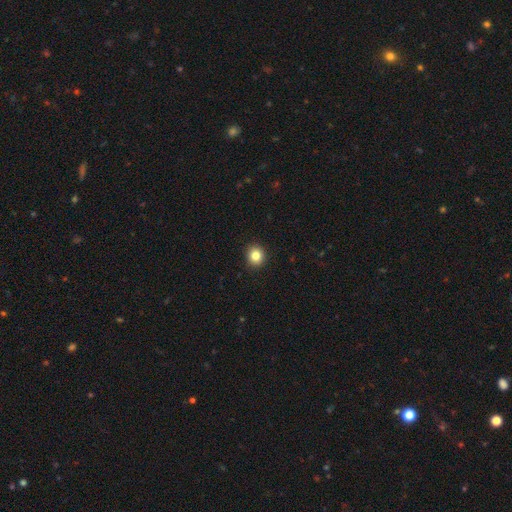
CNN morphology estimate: Smooth or featured?
  - smooth: 84% *
  - star or artifact: 11%
  - featured or disk: 6%
How rounded?
  - round: 87% *
  - in between: 12%
  - cigar-shaped: 1%
Merging?
  - none: 92% *
  - minor disturbance: 5%
  - major disturbance: 2%
  - merger: 1%